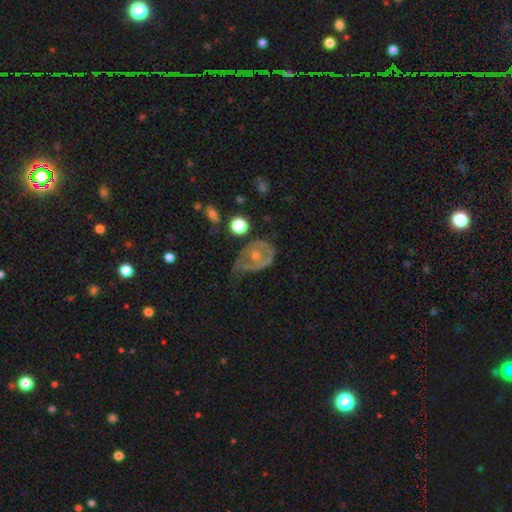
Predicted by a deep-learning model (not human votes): The model was most divided on "merging": none: 37%, minor disturbance: 30%, major disturbance: 29%, merger: 4%. More confident: edge-on disk — no (95%); bar — no (83%); smooth or featured — featured or disk (62%); spiral arms — no (61%); bulge size — moderate (51%).